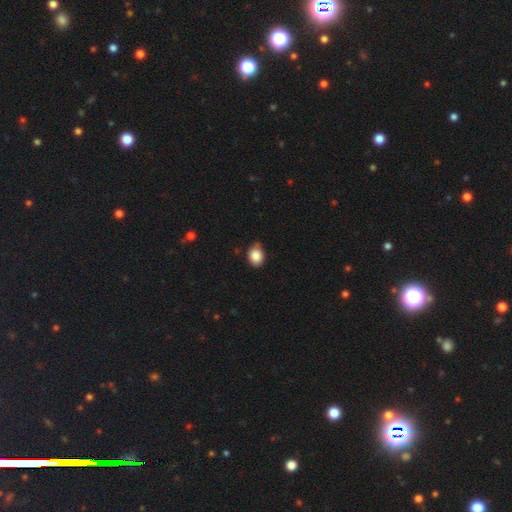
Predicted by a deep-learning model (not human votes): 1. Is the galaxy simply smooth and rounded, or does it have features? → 86% smooth, 8% star or artifact, 6% featured or disk.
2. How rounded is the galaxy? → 61% in between, 38% round, 1% cigar-shaped.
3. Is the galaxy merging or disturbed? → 72% none, 24% minor disturbance, 3% major disturbance, 2% merger.